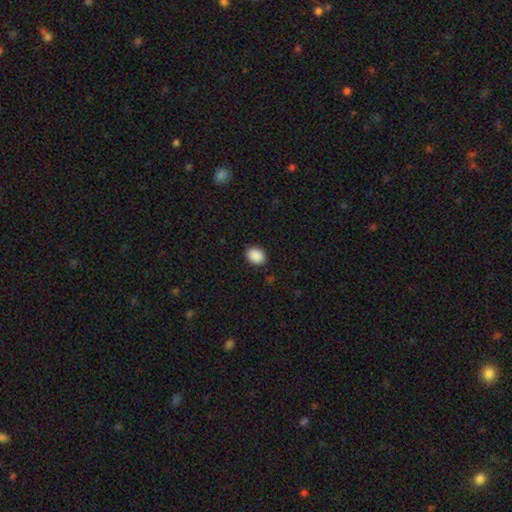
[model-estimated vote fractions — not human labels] A smooth galaxy with no disk features (90%) that is in between round and cigar-shaped (61%).

Vote fractions:
- Smooth or featured? smooth: 90% / star or artifact: 8% / featured or disk: 2%
- How rounded? in between: 61% / round: 38% / cigar-shaped: 1%
- Merging? none: 90% / minor disturbance: 7% / major disturbance: 2% / merger: 1%